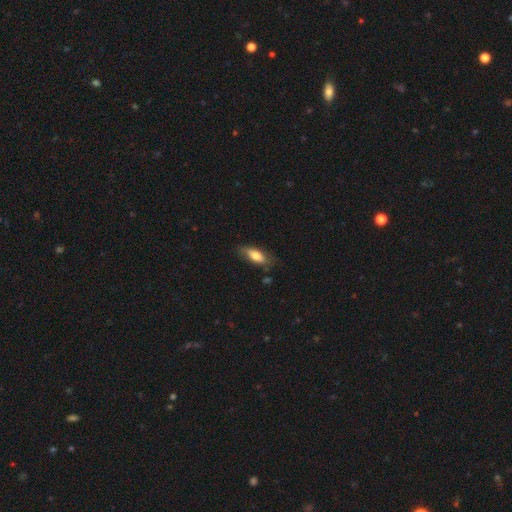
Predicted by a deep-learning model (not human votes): This appears to be a smooth galaxy with no disk features (72%) that is in between round and cigar-shaped (75%). Merging: none (71%).